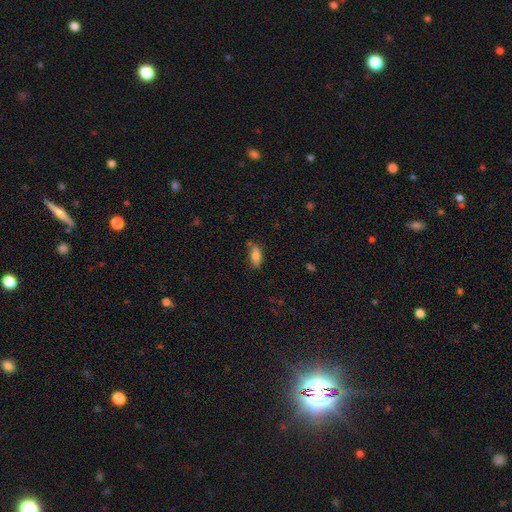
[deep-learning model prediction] Smooth or featured? Predicted: smooth (p=0.78). How rounded? Predicted: in between (p=0.74). Merging? Predicted: none (p=0.73).